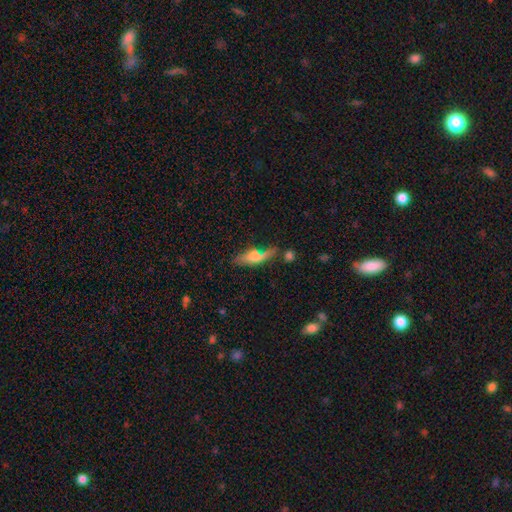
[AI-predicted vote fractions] Smooth or featured? Predicted: smooth (p=0.52). How rounded? Predicted: cigar-shaped (p=0.60). Merging? Predicted: none (p=0.58).